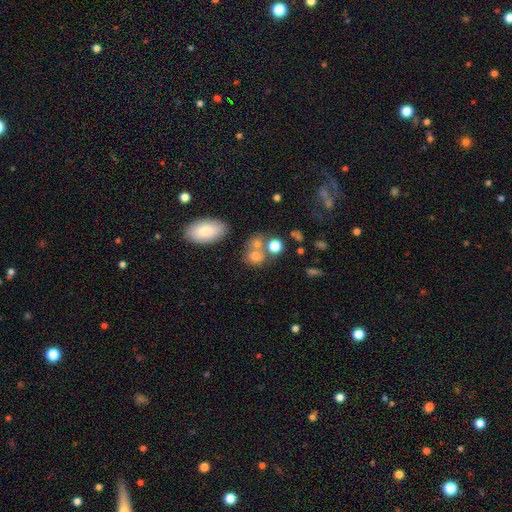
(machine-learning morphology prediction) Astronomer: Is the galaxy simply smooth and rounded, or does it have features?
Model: smooth — 72%.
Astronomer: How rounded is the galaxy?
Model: round — 69%.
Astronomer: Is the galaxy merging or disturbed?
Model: none — 45% (runner-up: merger, 37%).